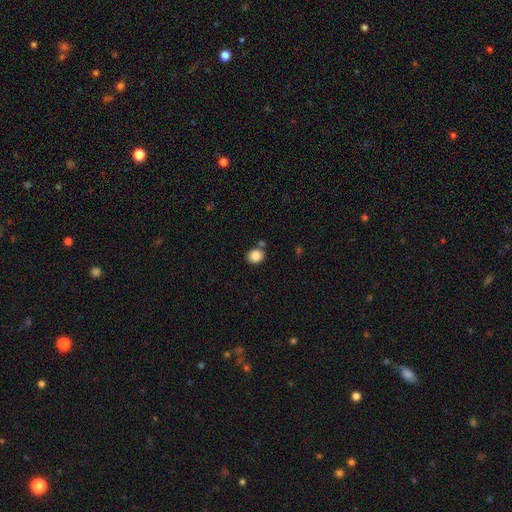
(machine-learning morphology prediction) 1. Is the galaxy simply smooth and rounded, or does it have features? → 86% smooth, 9% star or artifact, 5% featured or disk.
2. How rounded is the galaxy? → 58% round, 41% in between, 1% cigar-shaped.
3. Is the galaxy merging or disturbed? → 74% none, 12% minor disturbance, 11% merger, 3% major disturbance.